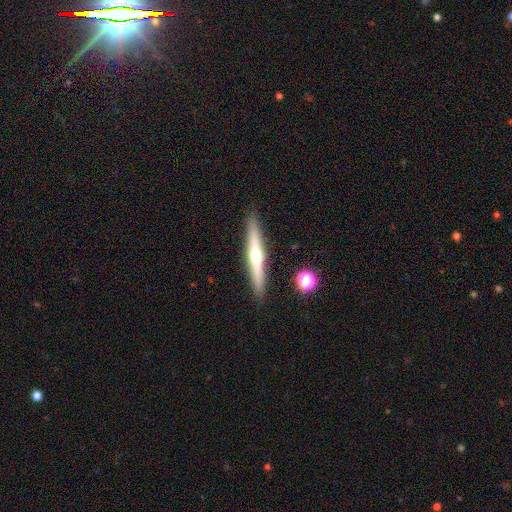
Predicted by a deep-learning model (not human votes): A featured or disk galaxy (62%) viewed edge-on (96%) with a rounded central bulge (85%).

Vote fractions:
- Smooth or featured? featured or disk: 62% / smooth: 32% / star or artifact: 6%
- Edge-on disk? yes: 96% / no: 4%
- Edge-on bulge? rounded: 85% / none: 13% / boxy: 3%
- Merging? none: 91% / minor disturbance: 6% / merger: 1% / major disturbance: 1%